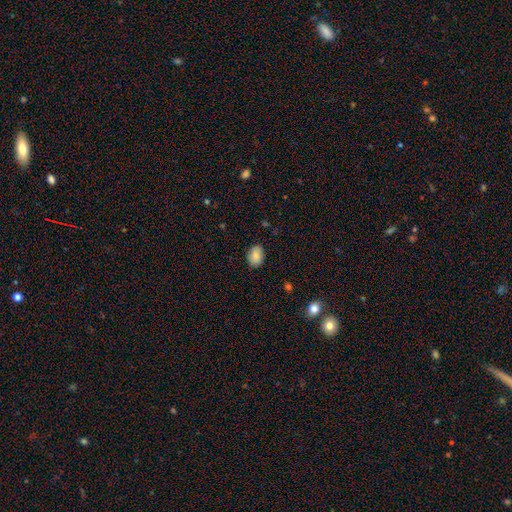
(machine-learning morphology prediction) The model was most divided on "how rounded": in between: 70%, round: 29%, cigar-shaped: 1%. More confident: merging — none (85%); smooth or featured — smooth (83%).